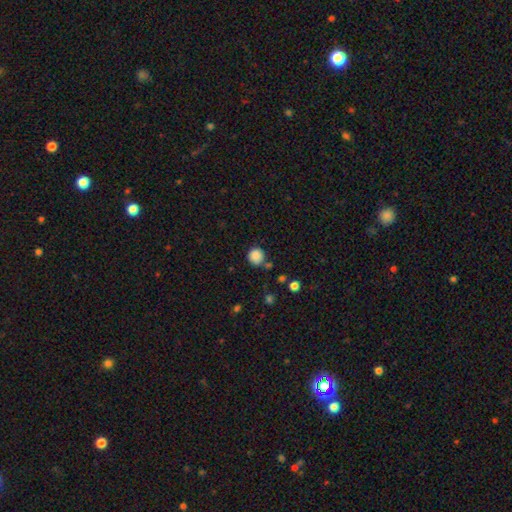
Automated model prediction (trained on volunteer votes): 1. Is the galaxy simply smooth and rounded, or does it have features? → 86% smooth, 10% star or artifact, 4% featured or disk.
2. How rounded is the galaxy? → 92% round, 7% in between, 1% cigar-shaped.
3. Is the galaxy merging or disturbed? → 76% none, 12% minor disturbance, 8% merger, 4% major disturbance.